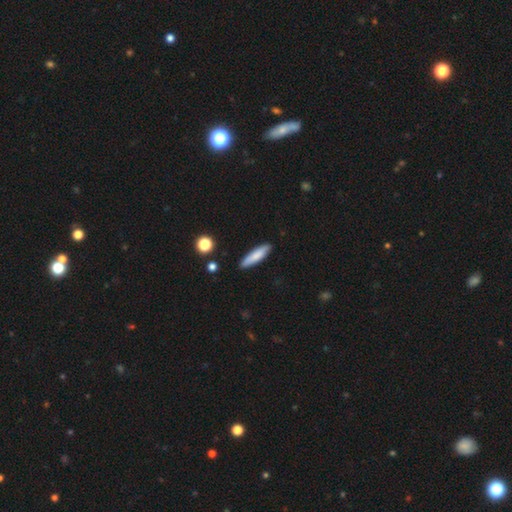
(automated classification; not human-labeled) Overall: smooth (79%). How rounded: cigar-shaped (77%). Merging: none (89%).